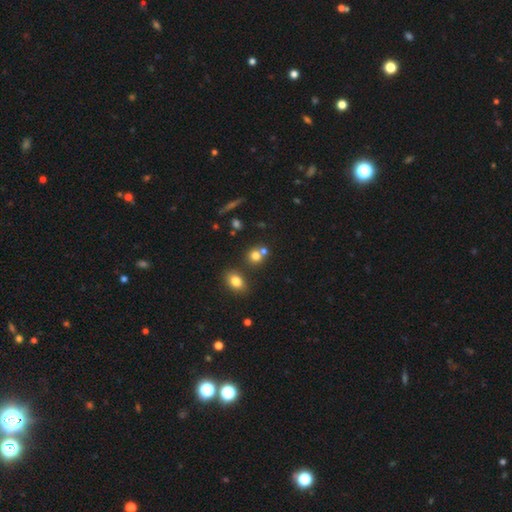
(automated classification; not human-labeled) Smooth or featured?
  - smooth: 73% *
  - star or artifact: 16%
  - featured or disk: 11%
How rounded?
  - round: 81% *
  - in between: 18%
  - cigar-shaped: 1%
Merging?
  - none: 54% *
  - merger: 35%
  - minor disturbance: 8%
  - major disturbance: 3%